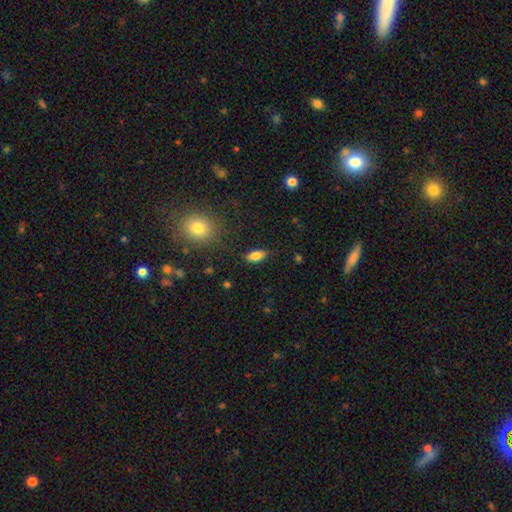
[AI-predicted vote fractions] Smooth or featured? Predicted: smooth (p=0.83). How rounded? Predicted: in between (p=0.88). Merging? Predicted: none (p=0.86).